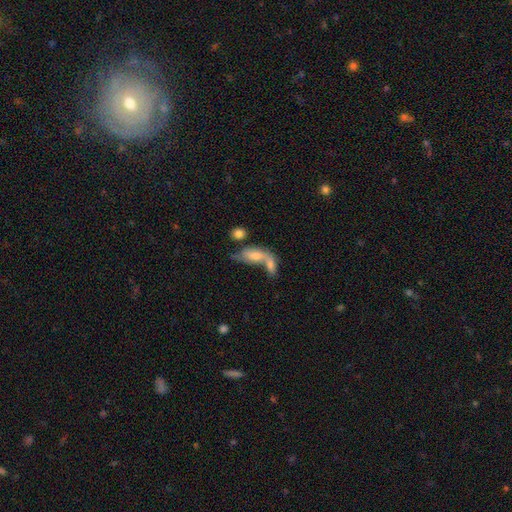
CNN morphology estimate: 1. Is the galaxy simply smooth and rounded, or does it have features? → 62% smooth, 29% featured or disk, 9% star or artifact.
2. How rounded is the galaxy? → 80% in between, 14% cigar-shaped, 6% round.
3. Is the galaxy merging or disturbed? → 60% merger, 19% none, 11% major disturbance, 10% minor disturbance.